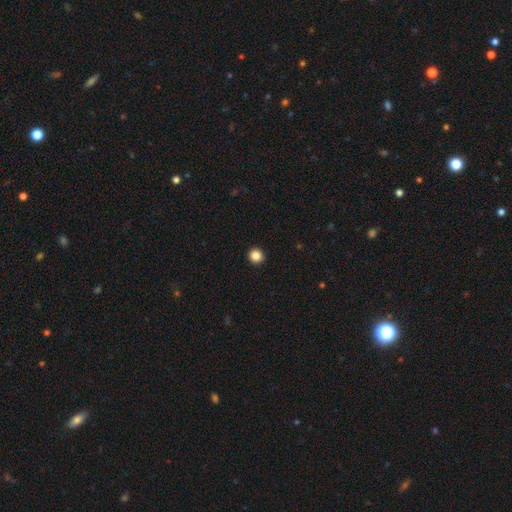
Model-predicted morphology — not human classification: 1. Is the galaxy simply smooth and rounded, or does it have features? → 86% smooth, 11% star or artifact, 4% featured or disk.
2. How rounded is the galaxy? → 94% round, 5% in between, 1% cigar-shaped.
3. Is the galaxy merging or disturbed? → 94% none, 4% minor disturbance, 1% major disturbance, 1% merger.